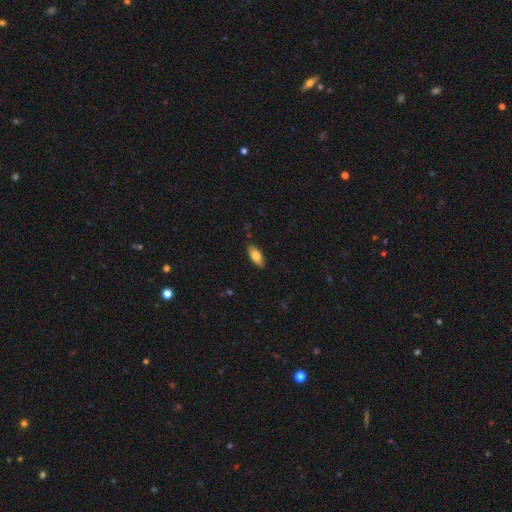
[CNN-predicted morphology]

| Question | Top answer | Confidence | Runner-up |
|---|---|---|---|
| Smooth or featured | smooth | 79% | featured or disk (14%) |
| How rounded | in between | 86% | cigar-shaped (12%) |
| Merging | none | 86% | minor disturbance (11%) |